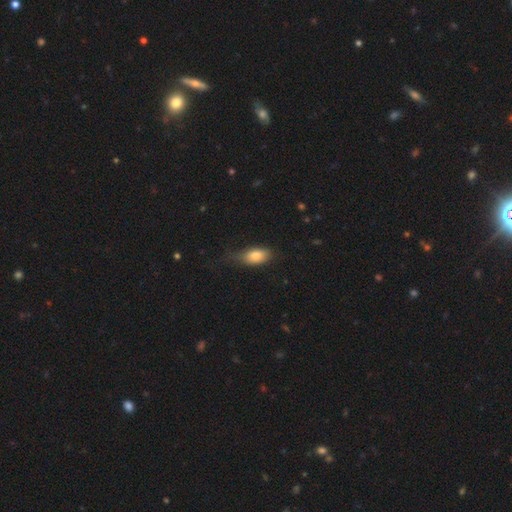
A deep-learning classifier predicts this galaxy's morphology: This appears to be a smooth galaxy with no disk features (80%) that is in between round and cigar-shaped (88%). Merging: none (54%).